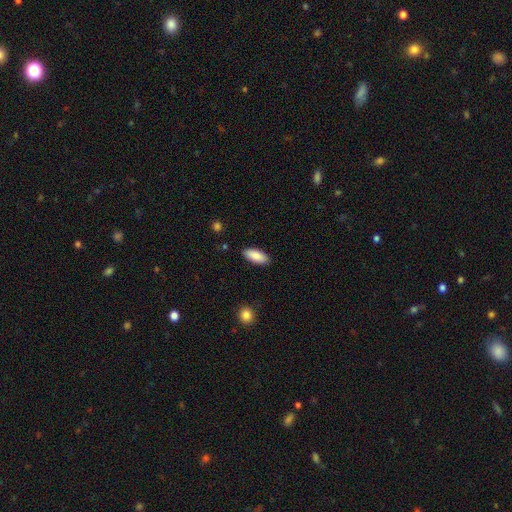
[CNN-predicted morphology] Smooth or featured? Predicted: smooth (p=0.87). How rounded? Predicted: in between (p=0.84). Merging? Predicted: none (p=0.89).